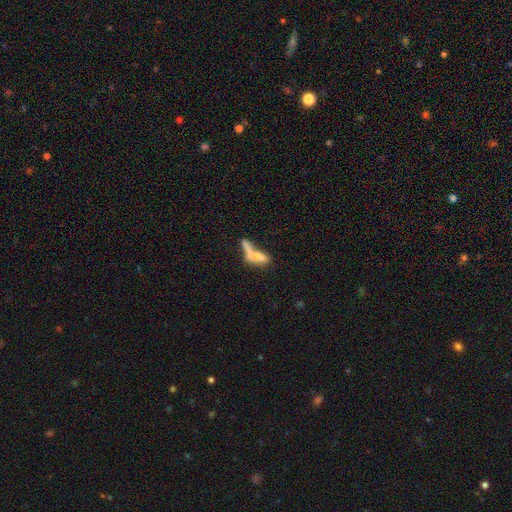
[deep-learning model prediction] Smooth or featured? Predicted: smooth (p=0.56). How rounded? Predicted: cigar-shaped (p=0.50). Merging? Predicted: merger (p=0.52).